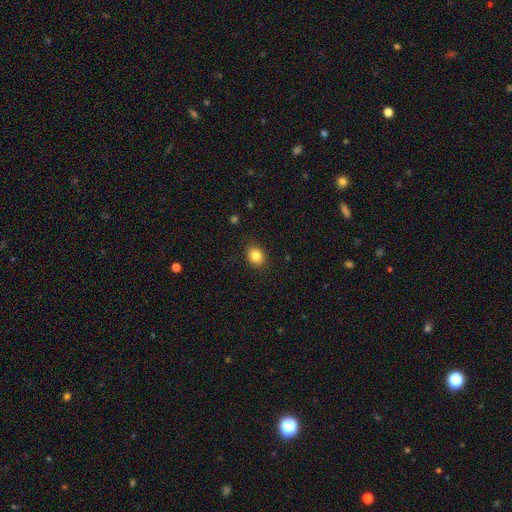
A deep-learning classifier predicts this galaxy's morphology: Overall: smooth (84%). How rounded: round (54%; in between 45%). Merging: none (88%).